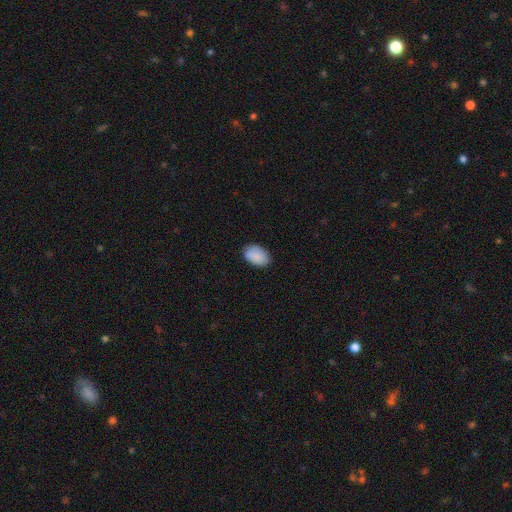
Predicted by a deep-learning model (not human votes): smooth_or_featured: smooth (p=0.89) [alt: star or artifact p=0.07]
how_rounded: in between (p=0.91) [alt: round p=0.08]
merging: none (p=0.83) [alt: minor disturbance p=0.13]